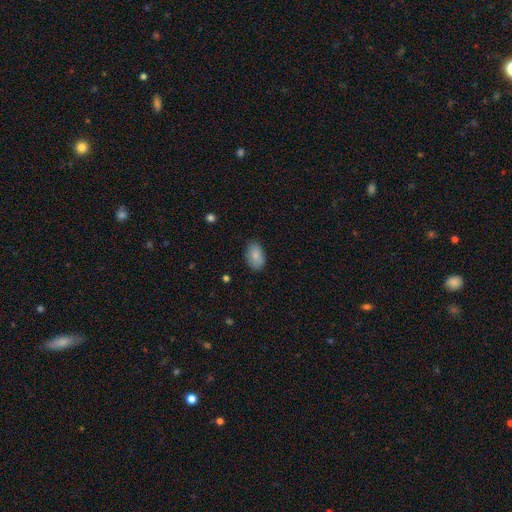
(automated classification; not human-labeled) Smooth or featured: smooth — 85% (featured or disk — 8%)
How rounded: in between — 91% (round — 8%)
Merging: none — 83% (minor disturbance — 14%)